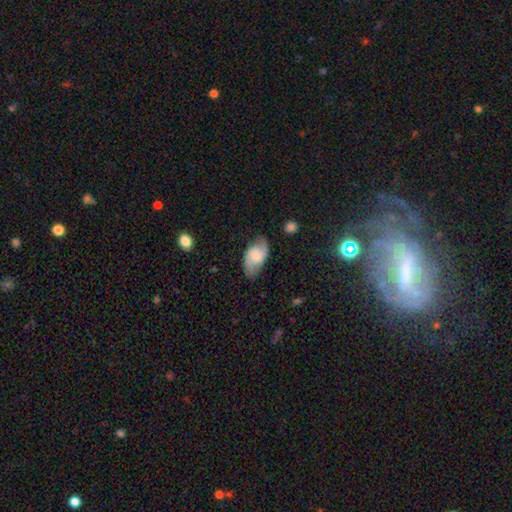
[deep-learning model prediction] smooth_or_featured: featured or disk (p=0.60) [alt: smooth p=0.33]
disk_edge_on: no (p=0.96) [alt: yes p=0.04]
bar: no (p=0.50) [alt: weak p=0.41]
has_spiral_arms: yes (p=0.92) [alt: no p=0.08]
spiral_winding: medium (p=0.44) [alt: loose p=0.38]
spiral_arm_count: 2 (p=0.84) [alt: can't tell p=0.08]
bulge_size: small (p=0.51) [alt: moderate p=0.33]
merging: none (p=0.69) [alt: minor disturbance p=0.22]